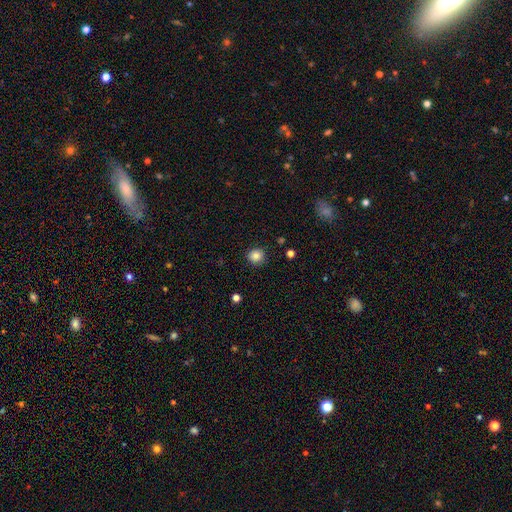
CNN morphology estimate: Smooth or featured: smooth — 84% (star or artifact — 11%)
How rounded: round — 91% (in between — 8%)
Merging: none — 89% (minor disturbance — 8%)